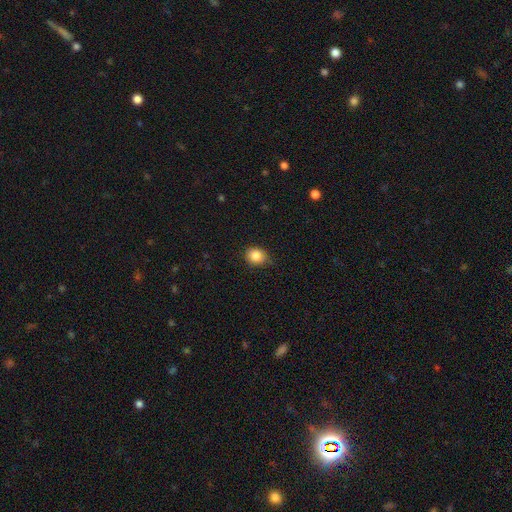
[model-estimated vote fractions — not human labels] A smooth galaxy with no disk features (85%) that is round (67%). Merging: none (71%).